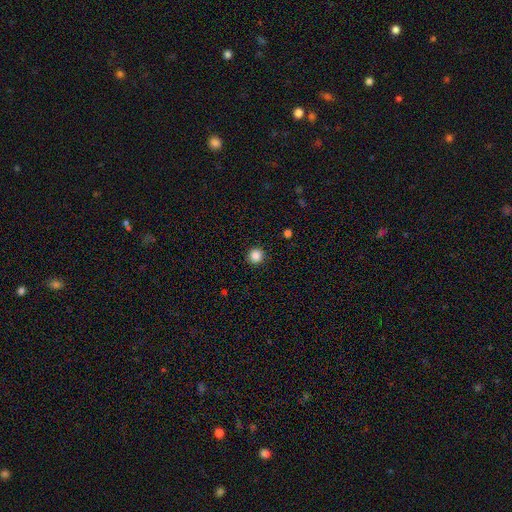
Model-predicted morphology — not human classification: This appears to be a smooth galaxy with no disk features (87%) that is round (95%). Merging: none (92%).